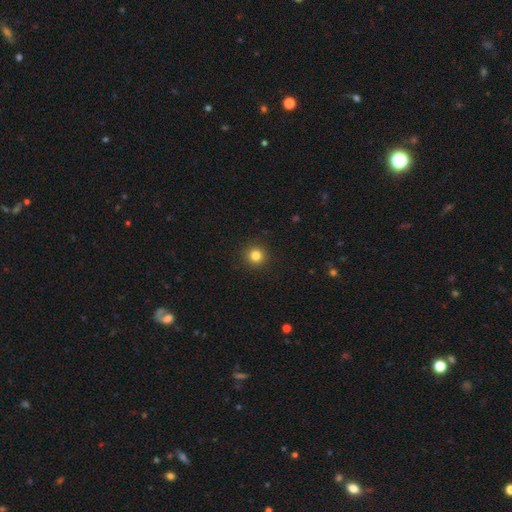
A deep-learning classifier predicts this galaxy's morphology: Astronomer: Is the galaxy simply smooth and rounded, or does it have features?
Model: smooth — 82%.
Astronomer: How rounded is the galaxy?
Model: round — 95%.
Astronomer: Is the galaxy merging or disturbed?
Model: none — 93%.